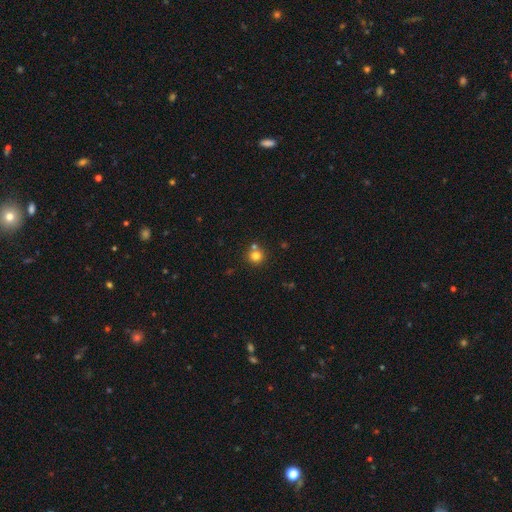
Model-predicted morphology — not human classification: Overall: smooth (79%). How rounded: round (92%). Merging: none (69%).